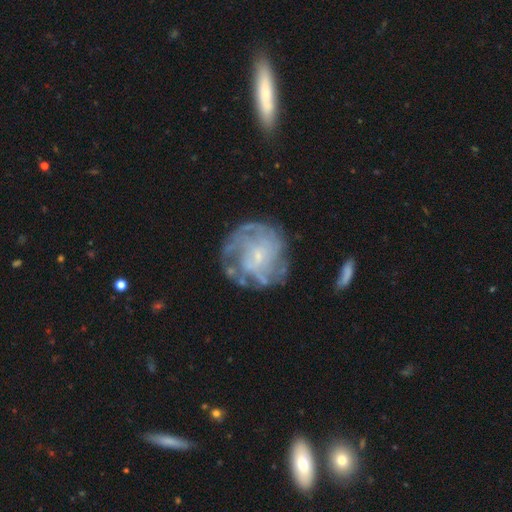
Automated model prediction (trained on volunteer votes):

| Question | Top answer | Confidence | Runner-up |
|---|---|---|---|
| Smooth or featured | featured or disk | 75% | smooth (16%) |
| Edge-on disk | no | 97% | yes (3%) |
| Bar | no | 70% | weak (24%) |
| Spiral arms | yes | 85% | no (15%) |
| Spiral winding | tight | 61% | medium (29%) |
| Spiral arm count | can't tell | 45% | 3 (17%) |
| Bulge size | small | 70% | moderate (18%) |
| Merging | none | 67% | minor disturbance (19%) |